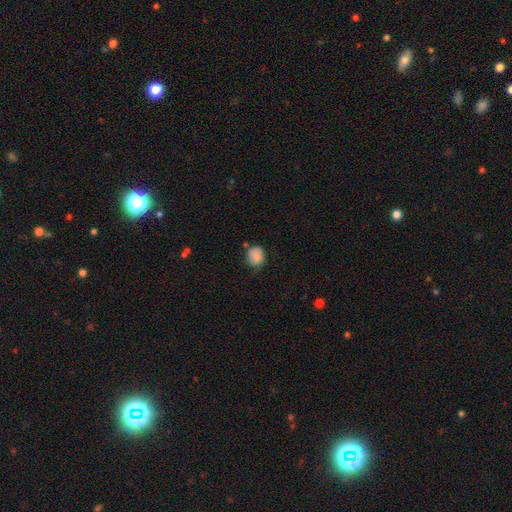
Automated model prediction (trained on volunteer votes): Smooth or featured?
  - smooth: 86% *
  - star or artifact: 9%
  - featured or disk: 5%
How rounded?
  - round: 65% *
  - in between: 34%
  - cigar-shaped: 1%
Merging?
  - none: 65% *
  - minor disturbance: 26%
  - major disturbance: 5%
  - merger: 4%